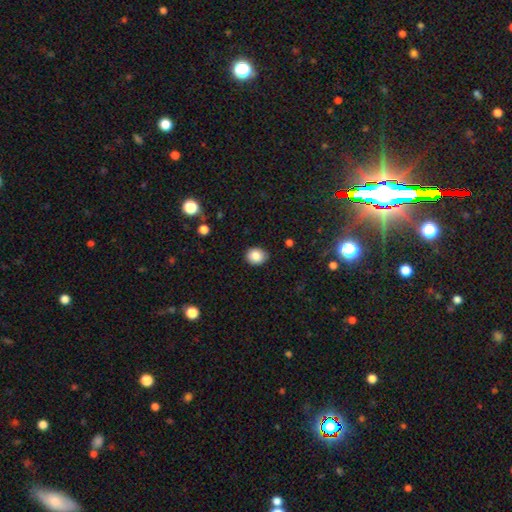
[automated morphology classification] Smooth or featured: smooth — 85% (star or artifact — 9%)
How rounded: round — 60% (in between — 39%)
Merging: none — 86% (minor disturbance — 11%)